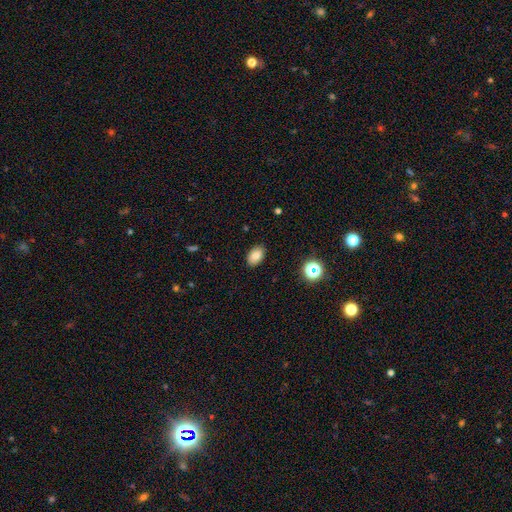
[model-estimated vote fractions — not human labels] A smooth galaxy with no disk features (82%) that is in between round and cigar-shaped (88%).

Vote fractions:
- Smooth or featured? smooth: 82% / star or artifact: 11% / featured or disk: 8%
- How rounded? in between: 88% / round: 10% / cigar-shaped: 1%
- Merging? none: 87% / minor disturbance: 9% / major disturbance: 2% / merger: 1%